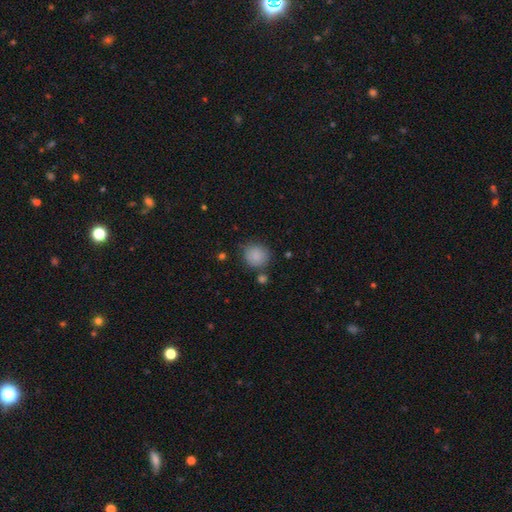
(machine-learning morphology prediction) smooth 87%, star or artifact 8%, featured or disk 5%. Down the decision tree: how rounded — round (85%); merging — none (76%).